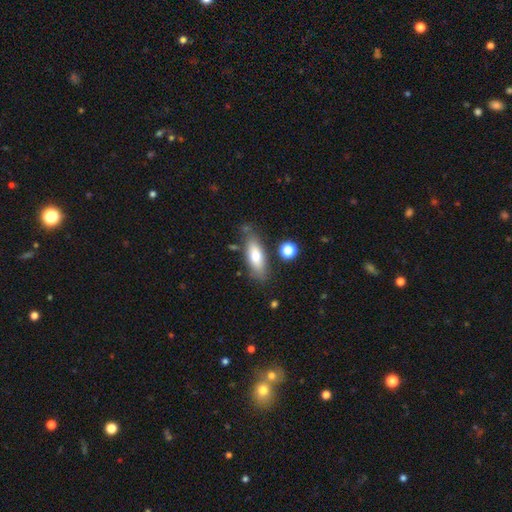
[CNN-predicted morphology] The model was most divided on "how rounded": in between: 65%, cigar-shaped: 33%, round: 3%. More confident: merging — none (73%); smooth or featured — smooth (70%).